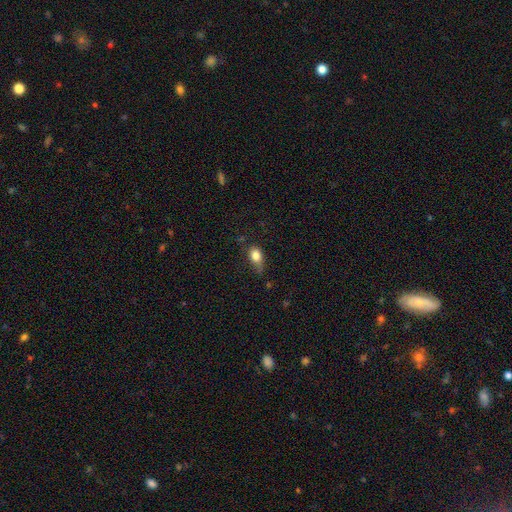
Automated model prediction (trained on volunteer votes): smooth-or-featured: smooth: 82% | featured or disk: 10% | star or artifact: 9%
  how-rounded: in between: 77% | round: 19% | cigar-shaped: 4%
  merging: none: 46% | minor disturbance: 38% | major disturbance: 13% | merger: 3%